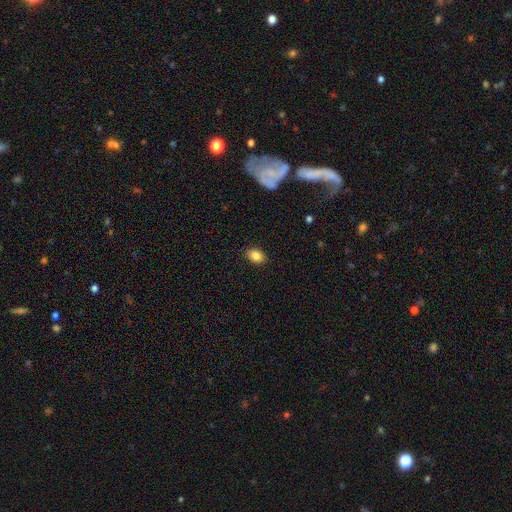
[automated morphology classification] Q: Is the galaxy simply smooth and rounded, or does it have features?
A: smooth — 85%.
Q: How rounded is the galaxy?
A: in between — 79%.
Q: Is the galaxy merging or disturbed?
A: none — 87%.